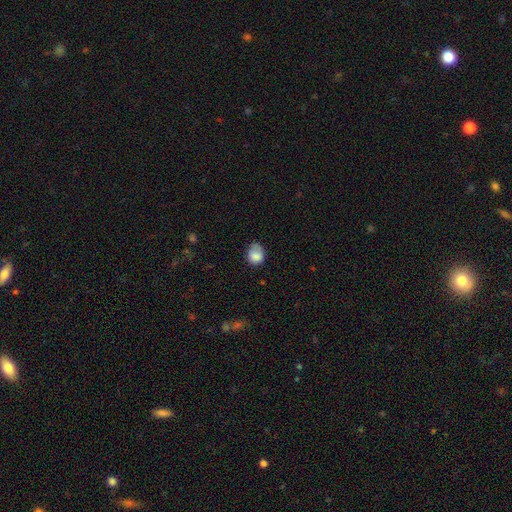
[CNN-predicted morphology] type=smooth (82%); roundness=round (50%); merging=none (50%).